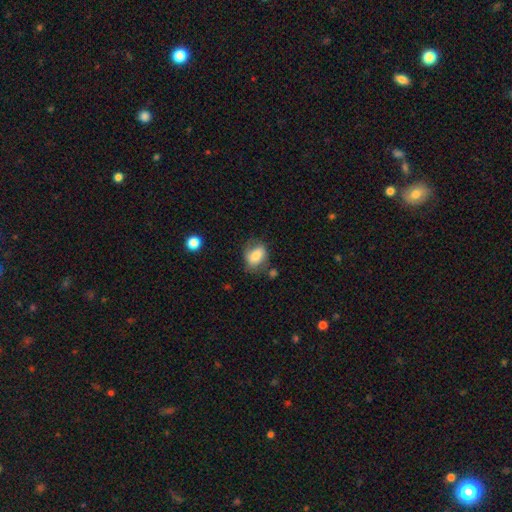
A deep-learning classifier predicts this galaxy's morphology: The model was most divided on "merging": none: 53%, minor disturbance: 29%, major disturbance: 13%, merger: 5%. More confident: how rounded — in between (71%); smooth or featured — smooth (71%).